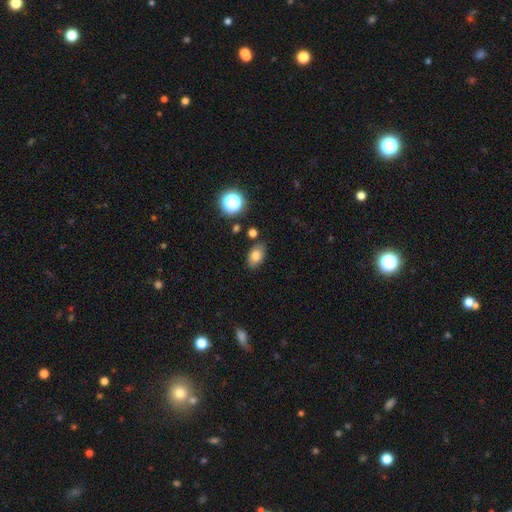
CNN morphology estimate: A smooth galaxy with no disk features (79%) that is in between round and cigar-shaped (85%). Merging: none (80%).